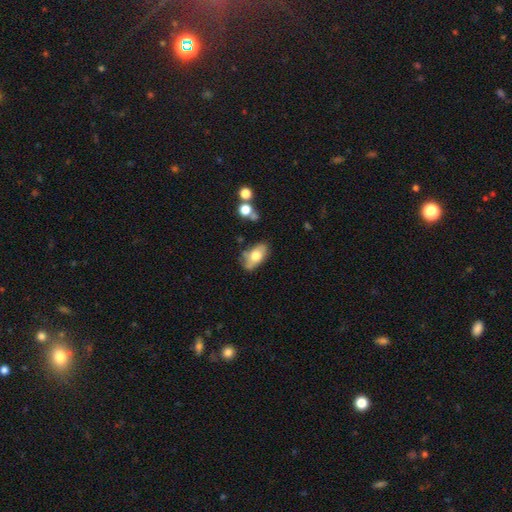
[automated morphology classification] A smooth galaxy with no disk features (67%) that is in between round and cigar-shaped (91%). Merging: none (65%).